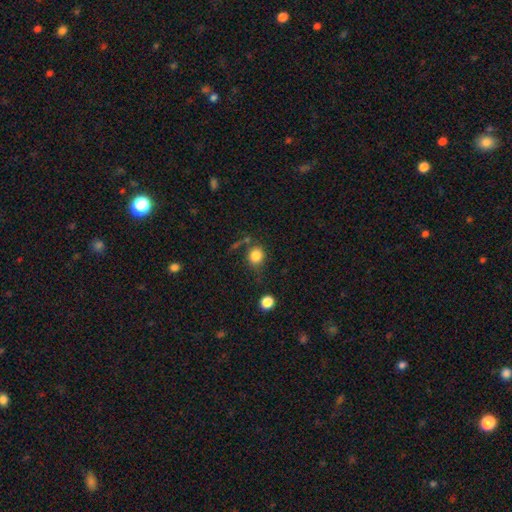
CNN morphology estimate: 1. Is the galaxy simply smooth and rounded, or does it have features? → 82% smooth, 11% star or artifact, 7% featured or disk.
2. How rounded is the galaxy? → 76% round, 22% in between, 1% cigar-shaped.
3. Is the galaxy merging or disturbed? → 66% none, 16% minor disturbance, 10% merger, 8% major disturbance.